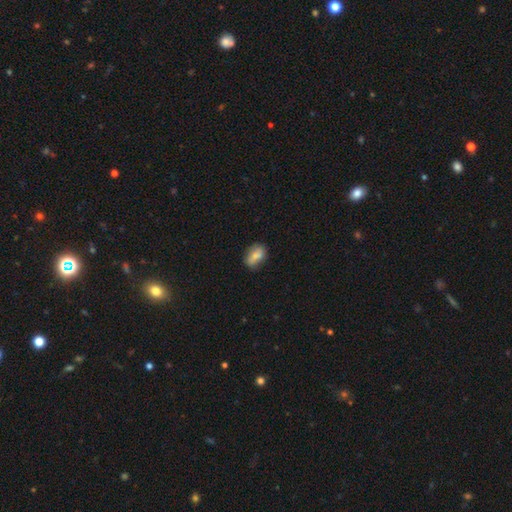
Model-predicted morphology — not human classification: smooth_or_featured: smooth (p=0.74) [alt: featured or disk p=0.18]
how_rounded: in between (p=0.82) [alt: round p=0.14]
merging: none (p=0.62) [alt: minor disturbance p=0.27]